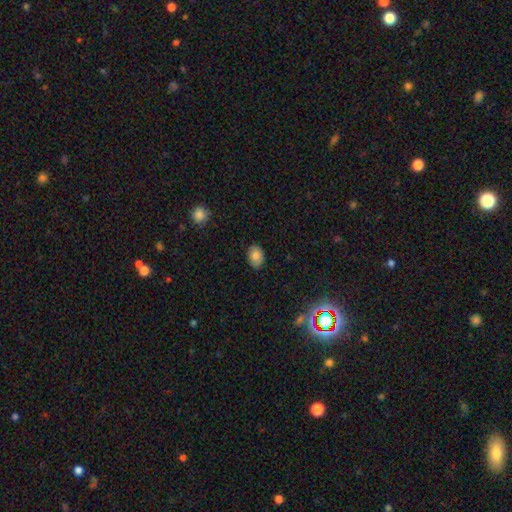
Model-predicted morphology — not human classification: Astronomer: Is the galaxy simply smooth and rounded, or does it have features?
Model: smooth — 78%.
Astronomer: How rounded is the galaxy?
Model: in between — 67%.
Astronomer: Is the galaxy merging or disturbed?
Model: none — 84%.